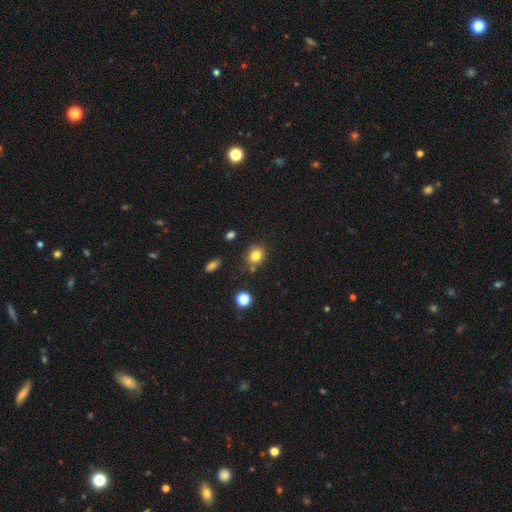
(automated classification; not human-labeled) Smooth or featured: smooth — 80% (star or artifact — 12%)
How rounded: round — 74% (in between — 25%)
Merging: none — 72% (minor disturbance — 15%)